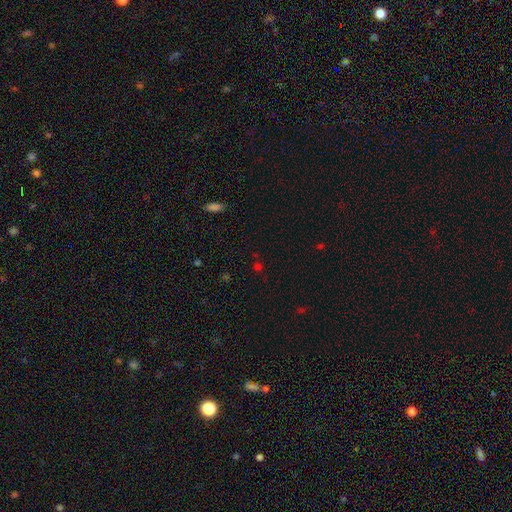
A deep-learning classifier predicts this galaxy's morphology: A star or artifact, not a galaxy (50%).